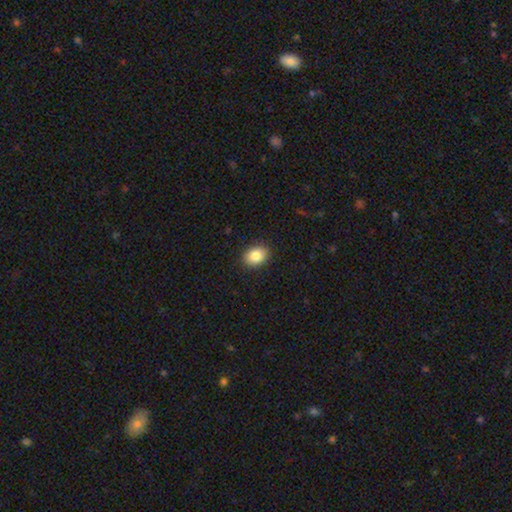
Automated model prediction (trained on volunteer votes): The model was most divided on "how rounded": in between: 65%, round: 34%, cigar-shaped: 1%. More confident: merging — none (90%); smooth or featured — smooth (86%).